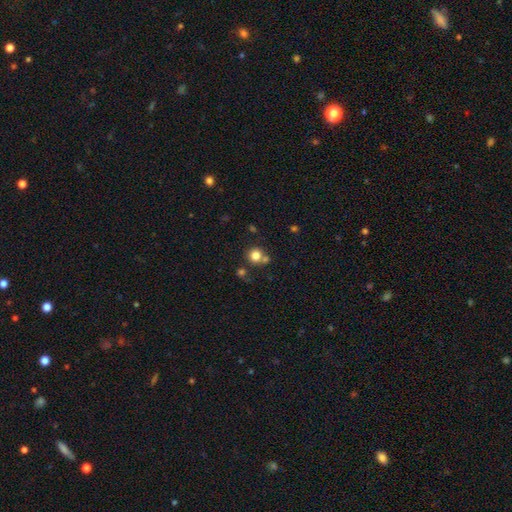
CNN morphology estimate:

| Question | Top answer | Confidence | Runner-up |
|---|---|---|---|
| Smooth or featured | smooth | 80% | star or artifact (12%) |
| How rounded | round | 91% | in between (8%) |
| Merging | none | 65% | merger (23%) |